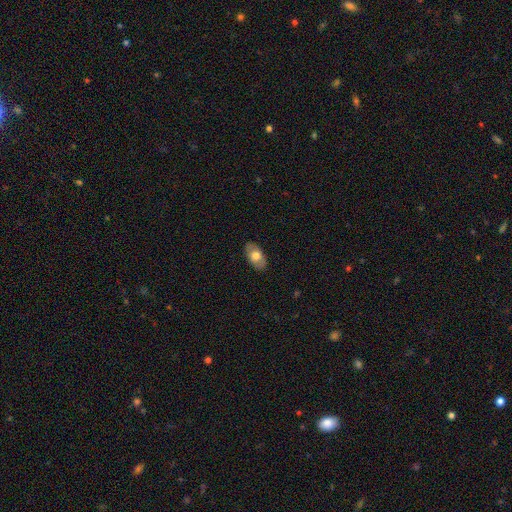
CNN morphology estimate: Smooth or featured? smooth (66%)
How rounded? in between (93%)
Merging? none (86%)